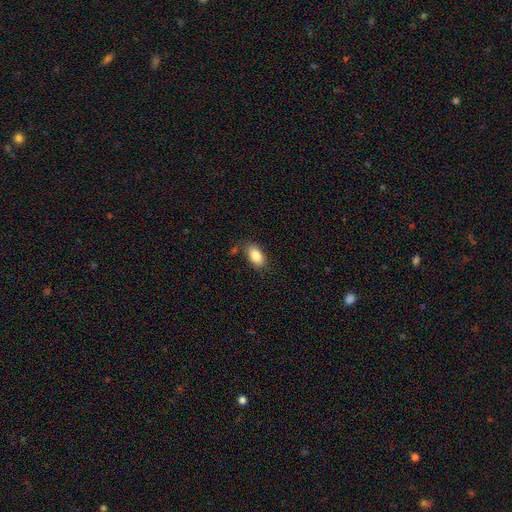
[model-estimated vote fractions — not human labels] smooth 86%, star or artifact 8%, featured or disk 6%. Down the decision tree: how rounded — in between (91%); merging — none (76%).